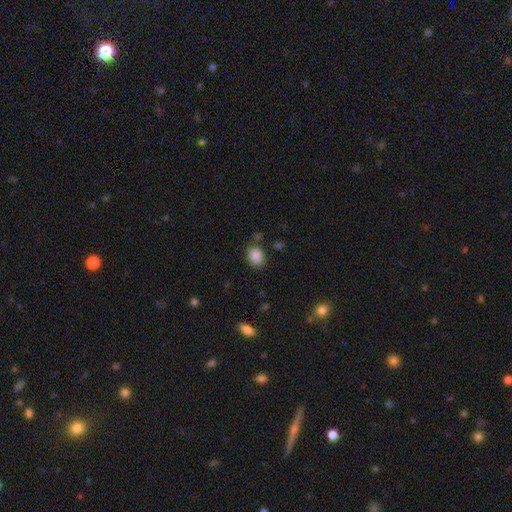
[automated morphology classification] type=smooth (87%); roundness=in between (64%); merging=none (79%).